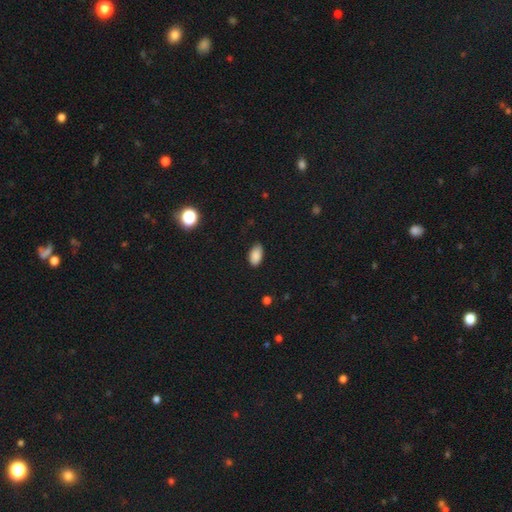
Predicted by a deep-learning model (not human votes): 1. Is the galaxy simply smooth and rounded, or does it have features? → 88% smooth, 8% star or artifact, 4% featured or disk.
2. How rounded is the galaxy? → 94% in between, 4% round, 2% cigar-shaped.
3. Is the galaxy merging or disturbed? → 84% none, 12% minor disturbance, 2% major disturbance, 1% merger.